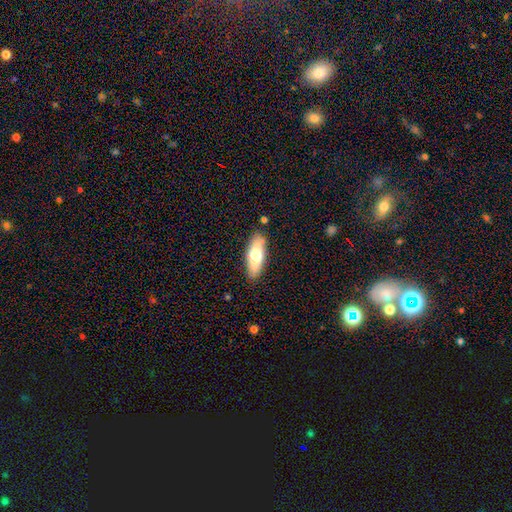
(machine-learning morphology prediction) A smooth galaxy with no disk features (65%) that is in between round and cigar-shaped (66%). Merging: none (84%).